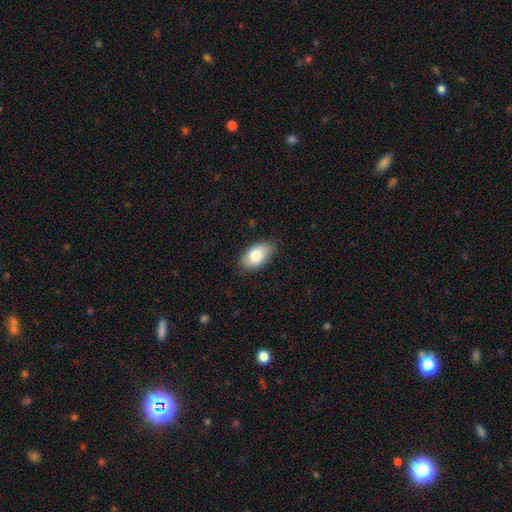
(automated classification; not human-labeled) This is clearly a smooth galaxy (83%). How rounded: clearly in between (94%). Merging: clearly none (81%).